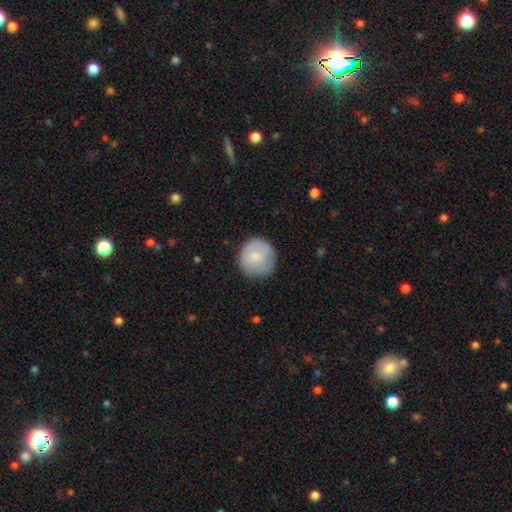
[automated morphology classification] A smooth galaxy with no disk features (76%) that is round (92%).

Vote fractions:
- Smooth or featured? smooth: 76% / featured or disk: 18% / star or artifact: 6%
- How rounded? round: 92% / in between: 7% / cigar-shaped: 1%
- Merging? none: 79% / minor disturbance: 16% / major disturbance: 4% / merger: 1%